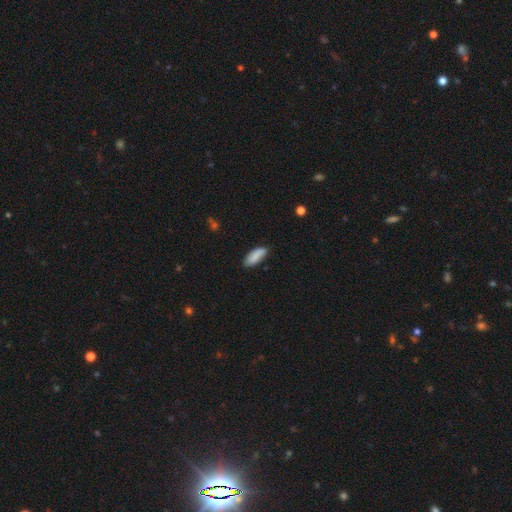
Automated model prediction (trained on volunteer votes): A smooth galaxy with no disk features (86%) that is in between round and cigar-shaped (72%).

Vote fractions:
- Smooth or featured? smooth: 86% / featured or disk: 7% / star or artifact: 6%
- How rounded? in between: 72% / cigar-shaped: 27% / round: 2%
- Merging? none: 79% / minor disturbance: 16% / major disturbance: 3% / merger: 2%